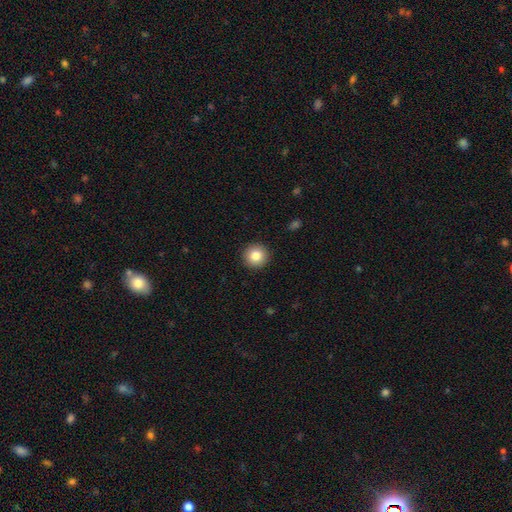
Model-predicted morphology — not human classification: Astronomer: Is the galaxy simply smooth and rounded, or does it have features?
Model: smooth — 83%.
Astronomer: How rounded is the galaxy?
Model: round — 94%.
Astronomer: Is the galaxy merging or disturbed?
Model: none — 93%.